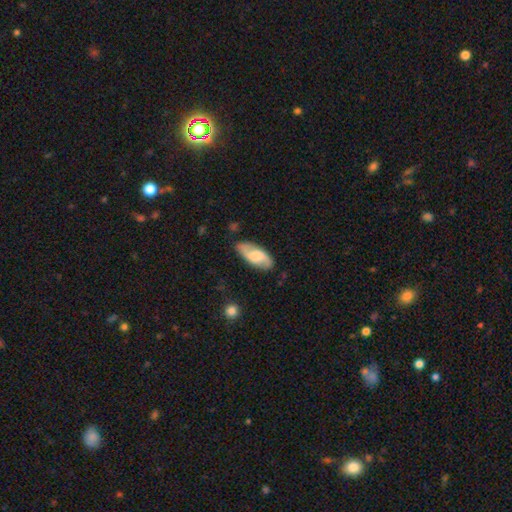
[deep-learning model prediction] Q: Smooth or featured?
A: featured or disk (48%); runner-up: smooth (46%)
Q: Merging?
A: none (80%); runner-up: minor disturbance (15%)